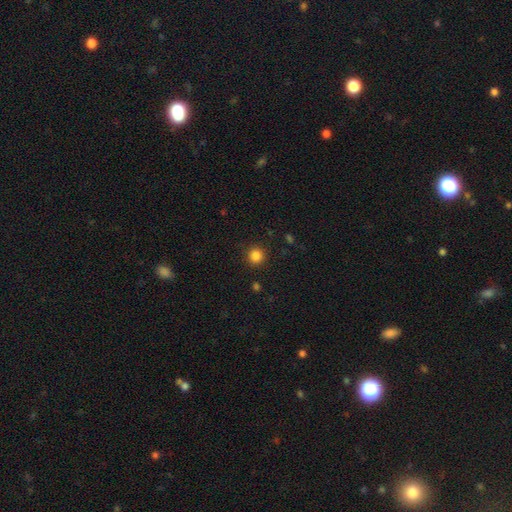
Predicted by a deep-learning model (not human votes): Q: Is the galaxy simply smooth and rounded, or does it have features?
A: smooth — 85%.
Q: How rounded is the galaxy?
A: round — 93%.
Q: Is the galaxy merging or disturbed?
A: none — 90%.